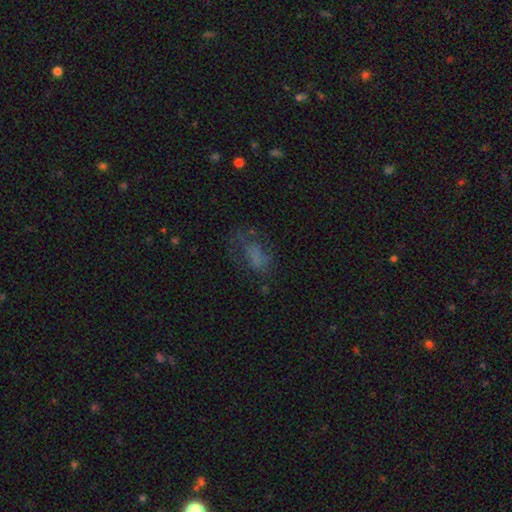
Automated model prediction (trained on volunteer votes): smooth 53%, featured or disk 27%, star or artifact 20%. Down the decision tree: how rounded — in between (84%); merging — none (42%).